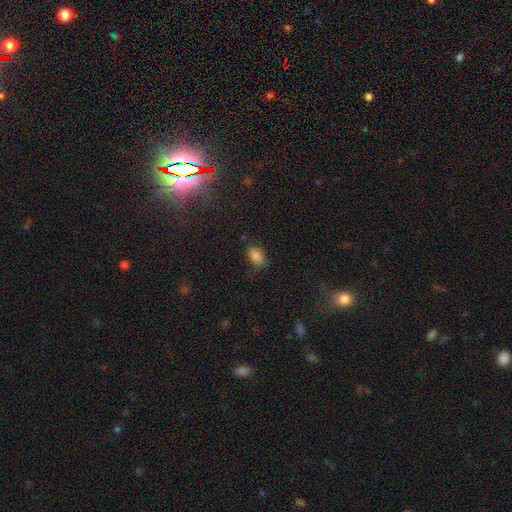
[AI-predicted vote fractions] A smooth galaxy with no disk features (84%) that is in between round and cigar-shaped (90%). Merging: none (74%).